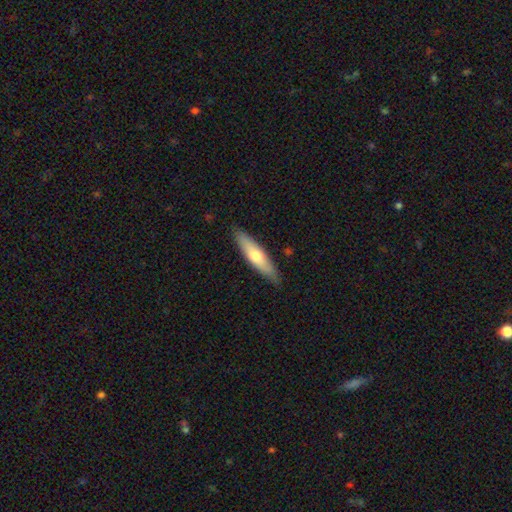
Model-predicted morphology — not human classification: smooth-or-featured: smooth: 58% | featured or disk: 37% | star or artifact: 5%
  how-rounded: cigar-shaped: 74% | in between: 25% | round: 2%
  merging: none: 87% | minor disturbance: 10% | major disturbance: 2% | merger: 1%